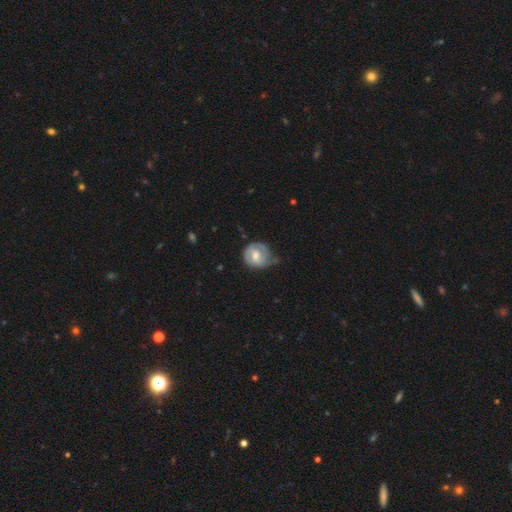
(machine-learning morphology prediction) Smooth or featured?
  - featured or disk: 60% *
  - smooth: 34%
  - star or artifact: 6%
Edge-on disk?
  - no: 97% *
  - yes: 3%
Bar?
  - weak: 47% *
  - no: 41%
  - strong: 12%
Spiral arms?
  - yes: 77% *
  - no: 23%
Bulge size?
  - moderate: 63% *
  - small: 17%
  - large: 15%
  - none: 3%
  - dominant: 1%
Merging?
  - none: 46% *
  - minor disturbance: 35%
  - major disturbance: 17%
  - merger: 3%